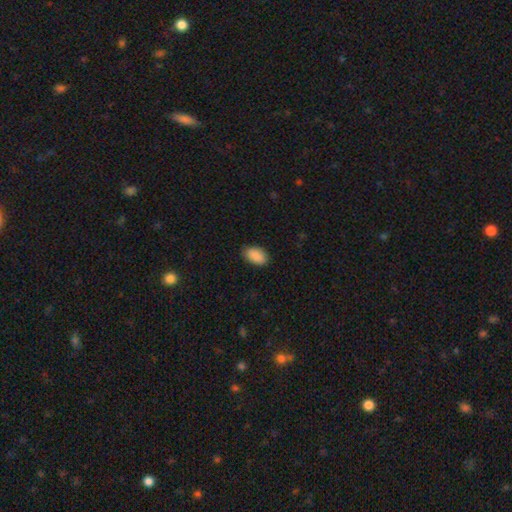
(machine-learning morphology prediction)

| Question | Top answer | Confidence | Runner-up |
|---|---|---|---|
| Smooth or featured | smooth | 90% | star or artifact (6%) |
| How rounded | in between | 94% | round (5%) |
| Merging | none | 83% | minor disturbance (14%) |